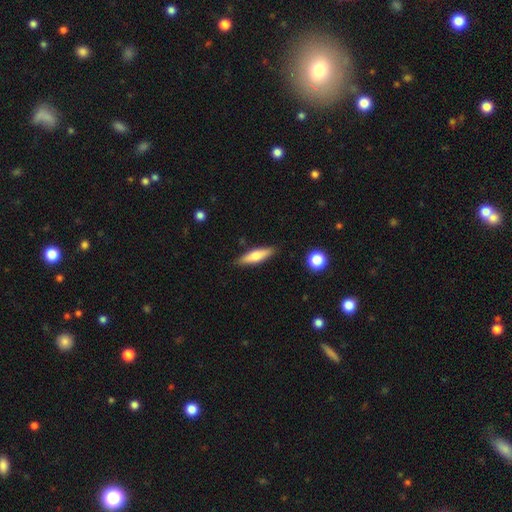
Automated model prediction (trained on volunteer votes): A smooth galaxy with no disk features (63%) that is cigar-shaped (69%).

Vote fractions:
- Smooth or featured? smooth: 63% / featured or disk: 32% / star or artifact: 6%
- How rounded? cigar-shaped: 69% / in between: 29% / round: 2%
- Merging? none: 87% / minor disturbance: 10% / major disturbance: 2% / merger: 2%